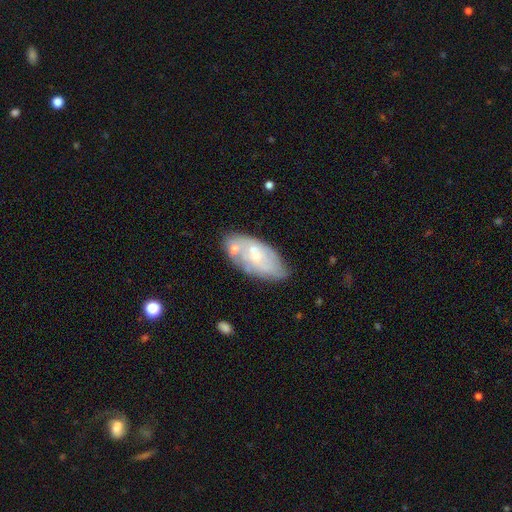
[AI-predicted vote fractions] Q: Smooth or featured?
A: featured or disk (59%); runner-up: smooth (34%)
Q: Edge-on disk?
A: no (92%); runner-up: yes (8%)
Q: Bar?
A: no (76%); runner-up: weak (20%)
Q: Spiral arms?
A: yes (51%); runner-up: no (49%)
Q: Bulge size?
A: small (71%); runner-up: moderate (22%)
Q: Merging?
A: none (53%); runner-up: minor disturbance (23%)